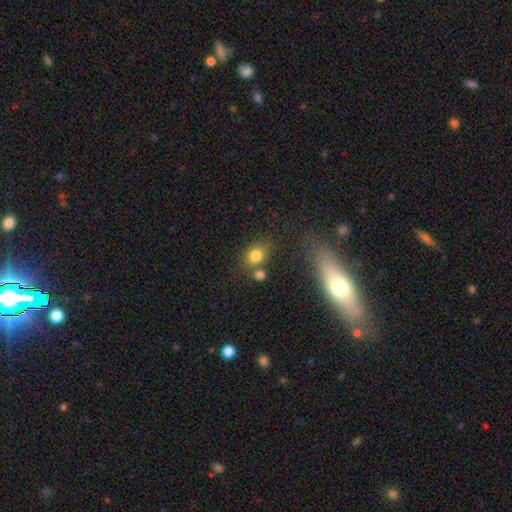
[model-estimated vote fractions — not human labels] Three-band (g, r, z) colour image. It shows a smooth galaxy with no disk features (79%) that is round (52%). Merging: none (60%).